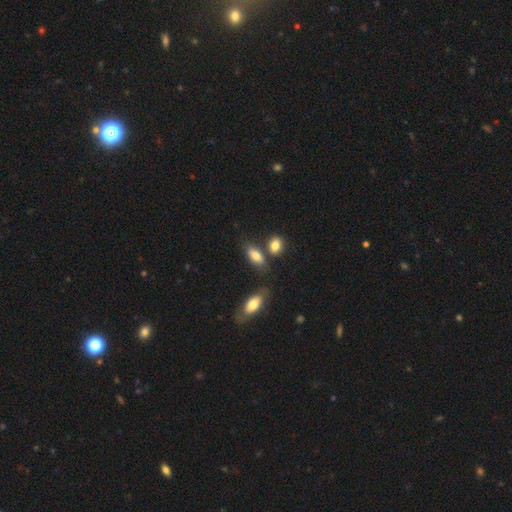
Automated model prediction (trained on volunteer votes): Smooth or featured: smooth — 77% (featured or disk — 15%)
How rounded: in between — 82% (cigar-shaped — 12%)
Merging: none — 63% (merger — 18%)